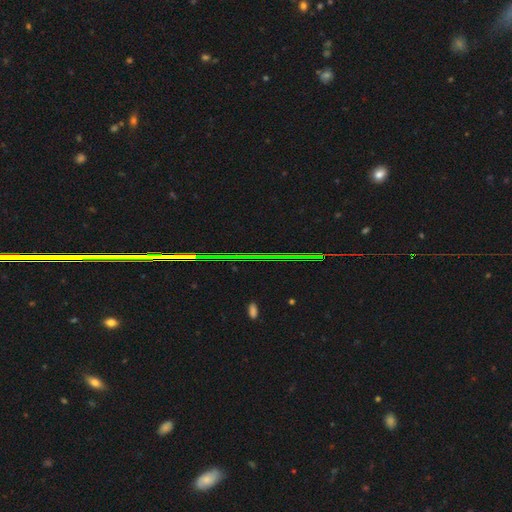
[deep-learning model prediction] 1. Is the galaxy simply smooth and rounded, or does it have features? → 81% star or artifact, 10% smooth, 9% featured or disk.